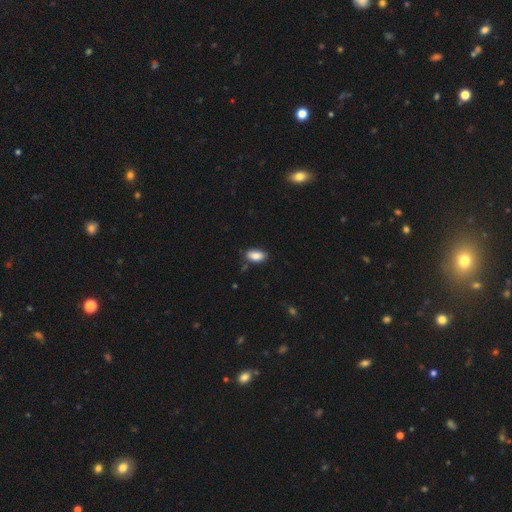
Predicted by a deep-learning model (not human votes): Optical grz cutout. It shows a smooth galaxy with no disk features (88%) that is in between round and cigar-shaped (93%). Merging: none (81%).